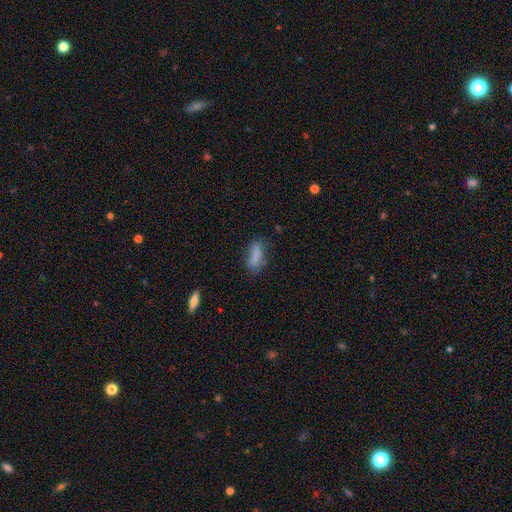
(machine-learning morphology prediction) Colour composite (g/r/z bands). It shows a smooth galaxy with no disk features (79%) that is in between round and cigar-shaped (69%). Merging: none (60%).